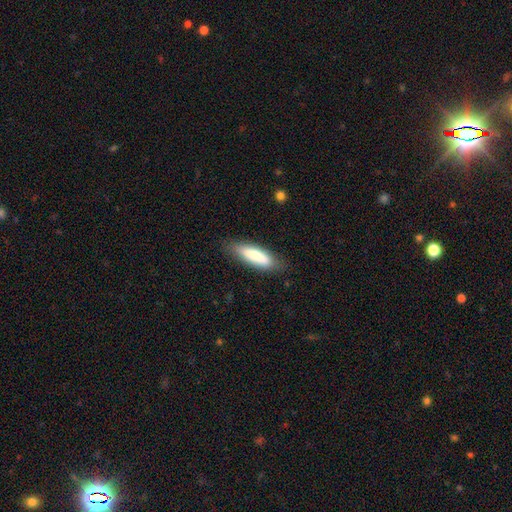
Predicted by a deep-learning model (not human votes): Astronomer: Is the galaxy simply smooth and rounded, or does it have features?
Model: smooth — 81%.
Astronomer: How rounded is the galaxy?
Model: cigar-shaped — 59% (runner-up: in between, 40%).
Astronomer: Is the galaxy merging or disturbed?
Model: none — 81%.